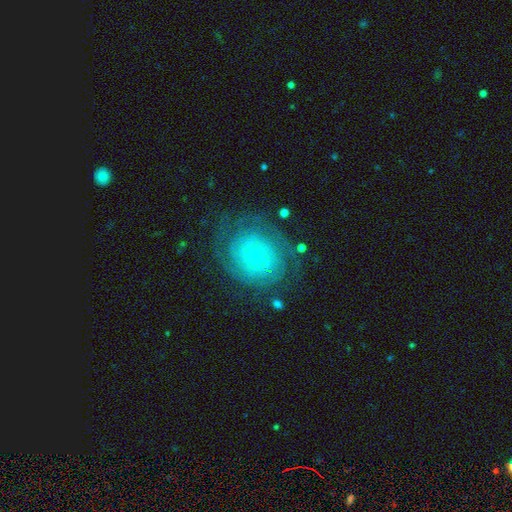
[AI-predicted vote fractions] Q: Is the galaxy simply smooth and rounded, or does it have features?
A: featured or disk — 75%.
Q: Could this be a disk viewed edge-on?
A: no — 97%.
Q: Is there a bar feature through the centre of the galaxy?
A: no — 84%.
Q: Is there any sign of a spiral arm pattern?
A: yes — 85%.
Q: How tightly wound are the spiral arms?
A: tight — 78%.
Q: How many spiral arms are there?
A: can't tell — 45%.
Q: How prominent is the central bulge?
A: small — 67%.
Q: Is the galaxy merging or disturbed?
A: none — 72%.